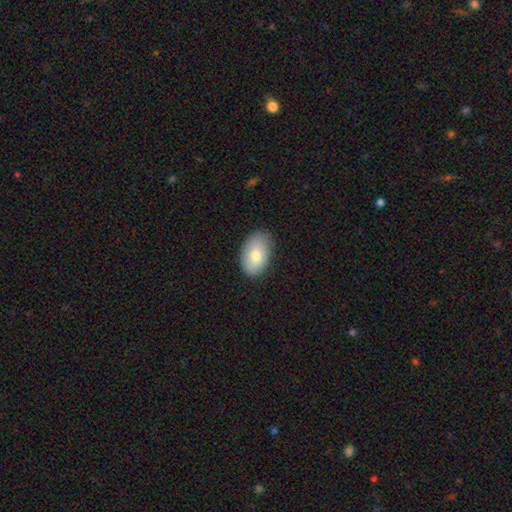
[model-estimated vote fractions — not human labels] Smooth or featured?
  - smooth: 76% *
  - featured or disk: 17%
  - star or artifact: 7%
How rounded?
  - in between: 91% *
  - round: 8%
  - cigar-shaped: 1%
Merging?
  - none: 80% *
  - minor disturbance: 16%
  - major disturbance: 3%
  - merger: 1%